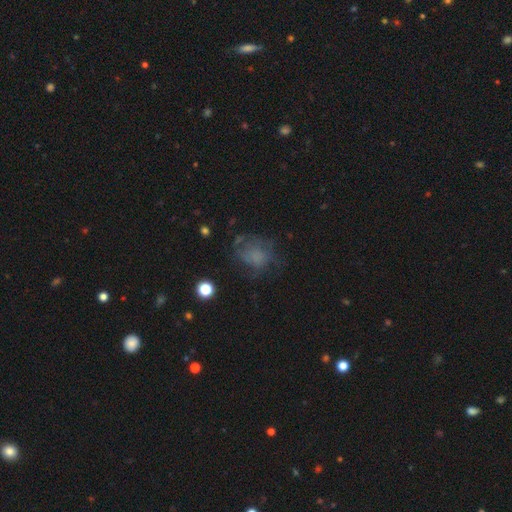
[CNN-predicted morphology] This is possibly a smooth galaxy (52%). How rounded: possibly round (59%). Merging: possibly none (52%).